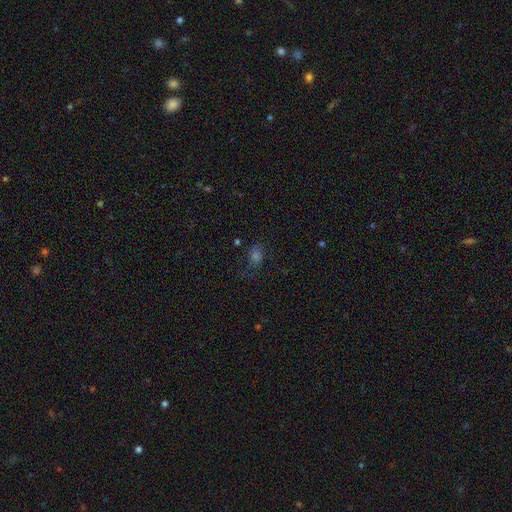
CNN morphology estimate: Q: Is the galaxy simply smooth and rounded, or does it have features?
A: smooth — 50%.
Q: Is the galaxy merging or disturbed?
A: none — 62%.